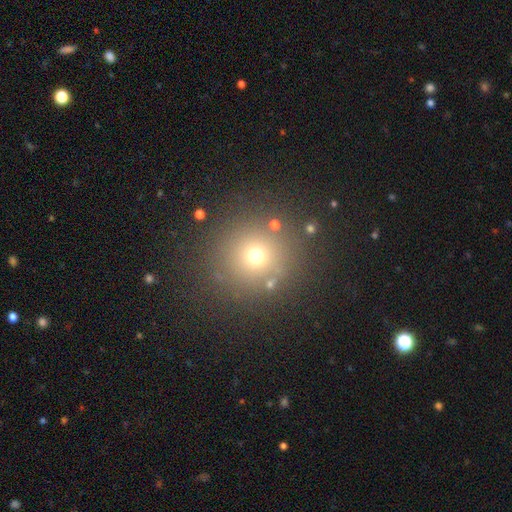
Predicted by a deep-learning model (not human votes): smooth 67%, star or artifact 23%, featured or disk 10%. Down the decision tree: how rounded — round (93%); merging — none (85%).